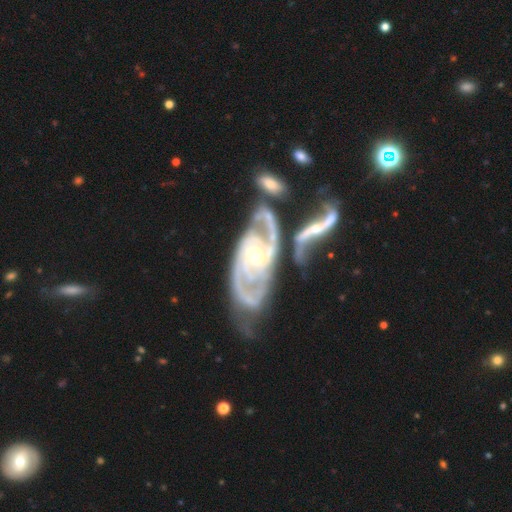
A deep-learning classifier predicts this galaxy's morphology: Smooth or featured?
  - featured or disk: 92% *
  - star or artifact: 4%
  - smooth: 4%
Edge-on disk?
  - no: 95% *
  - yes: 5%
Bar?
  - no: 55% *
  - weak: 29%
  - strong: 16%
Spiral arms?
  - yes: 97% *
  - no: 3%
Spiral winding?
  - tight: 51% *
  - medium: 39%
  - loose: 10%
Spiral arm count?
  - 2: 65% *
  - 3: 13%
  - can't tell: 11%
  - 4: 4%
  - 1: 4%
  - more than 4: 3%
Bulge size?
  - small: 54% *
  - moderate: 42%
  - large: 2%
  - none: 1%
  - dominant: 1%
Merging?
  - merger: 35% *
  - none: 34%
  - minor disturbance: 18%
  - major disturbance: 14%